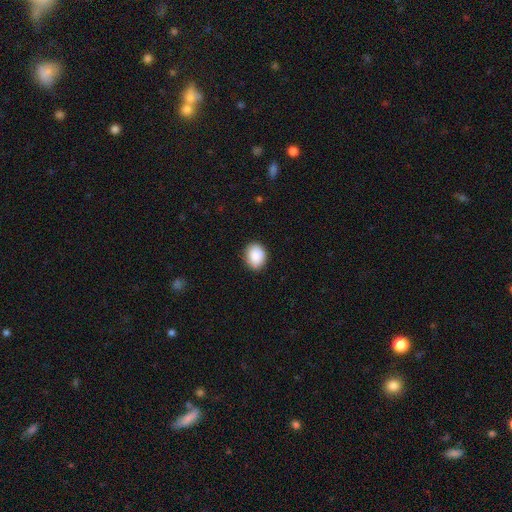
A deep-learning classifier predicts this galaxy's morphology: A smooth galaxy with no disk features (88%) that is round (55%). Merging: none (85%).